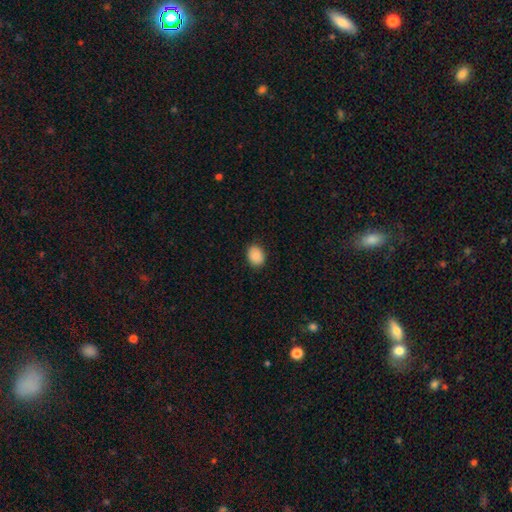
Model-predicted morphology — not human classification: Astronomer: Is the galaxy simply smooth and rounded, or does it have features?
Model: smooth — 89%.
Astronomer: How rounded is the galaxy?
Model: in between — 58% (runner-up: round, 41%).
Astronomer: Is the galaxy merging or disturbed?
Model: none — 87%.